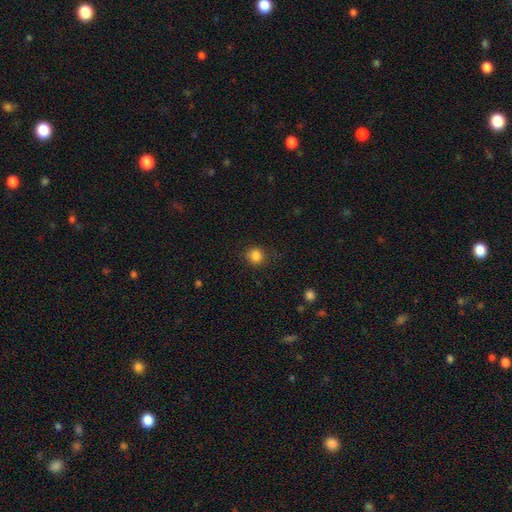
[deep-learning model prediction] smooth 85%, star or artifact 11%, featured or disk 4%. Down the decision tree: how rounded — round (86%); merging — none (83%).